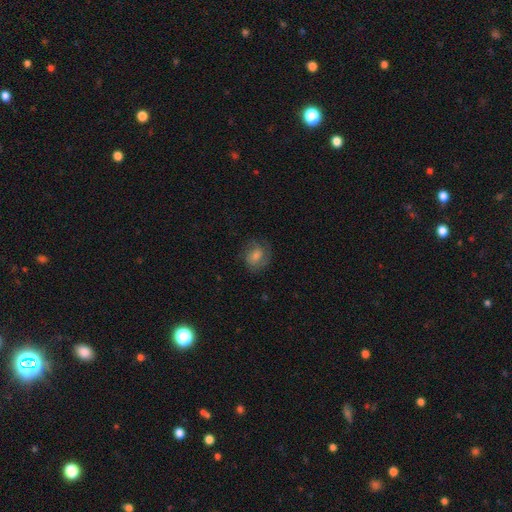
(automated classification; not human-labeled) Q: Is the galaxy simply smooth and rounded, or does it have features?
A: featured or disk — 47%.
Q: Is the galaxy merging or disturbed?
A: none — 72%.